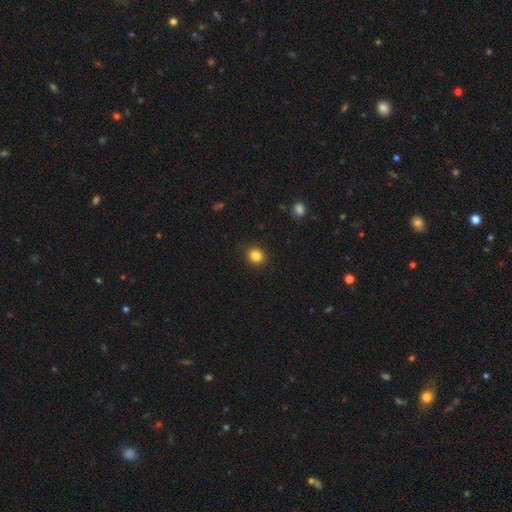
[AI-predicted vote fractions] A smooth galaxy with no disk features (84%) that is round (80%). Merging: none (90%).